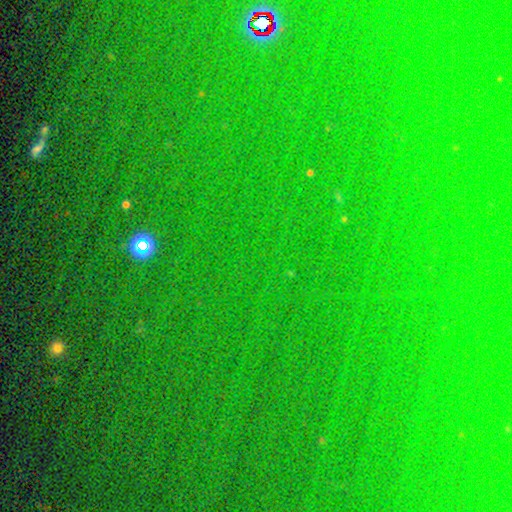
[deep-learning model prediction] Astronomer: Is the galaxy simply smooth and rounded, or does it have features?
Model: star or artifact — 79%.